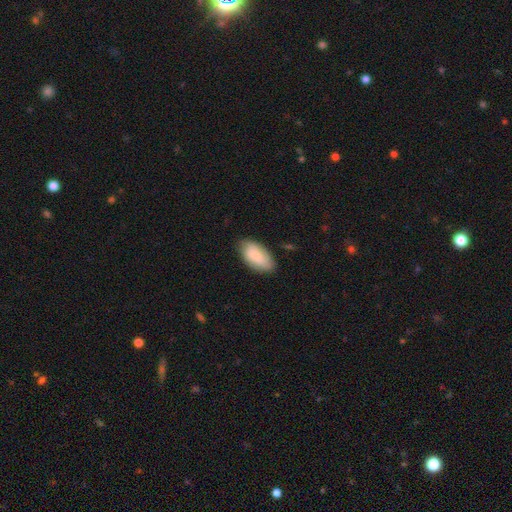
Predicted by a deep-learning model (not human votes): smooth_or_featured: smooth (p=0.80) [alt: featured or disk p=0.14]
how_rounded: in between (p=0.94) [alt: cigar-shaped p=0.03]
merging: none (p=0.78) [alt: minor disturbance p=0.18]